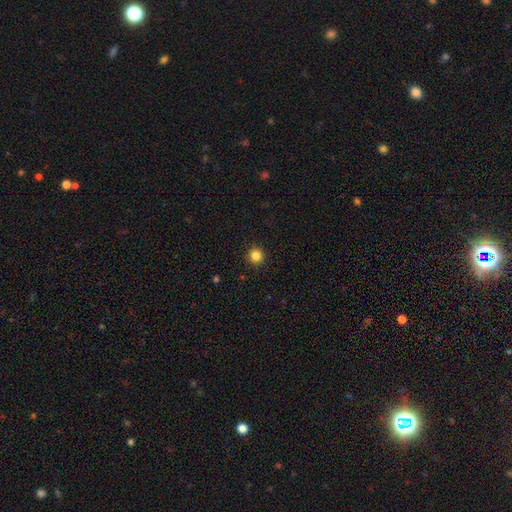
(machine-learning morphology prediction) Q: Smooth or featured?
A: smooth (84%); runner-up: star or artifact (12%)
Q: How rounded?
A: round (95%); runner-up: in between (4%)
Q: Merging?
A: none (93%); runner-up: minor disturbance (5%)